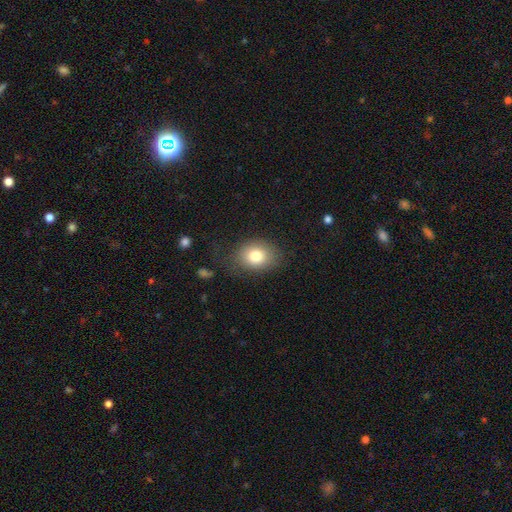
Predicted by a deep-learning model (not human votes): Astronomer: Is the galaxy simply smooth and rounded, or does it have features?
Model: smooth — 79%.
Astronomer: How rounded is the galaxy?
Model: in between — 53% (runner-up: round, 46%).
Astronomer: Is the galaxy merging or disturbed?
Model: none — 73%.